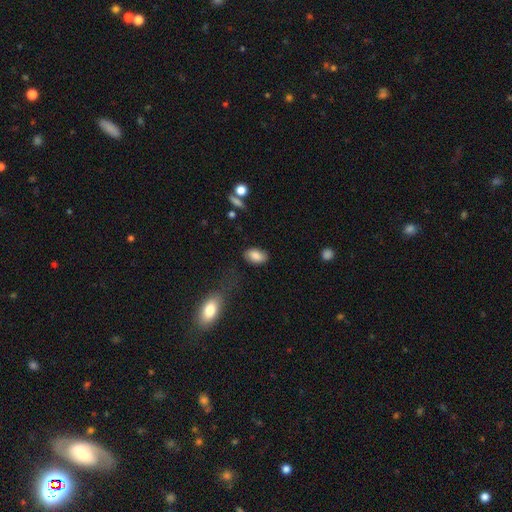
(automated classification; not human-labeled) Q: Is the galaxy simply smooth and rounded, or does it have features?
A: smooth — 84%.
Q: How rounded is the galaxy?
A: in between — 91%.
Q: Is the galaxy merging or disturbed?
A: none — 80%.